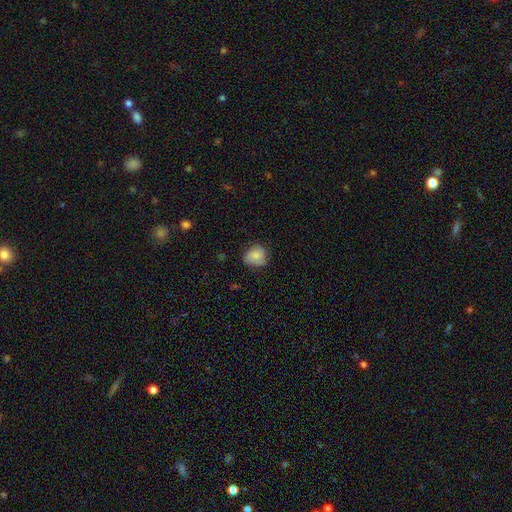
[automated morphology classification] This appears to be a smooth galaxy with no disk features (75%) that is round (71%). Merging: none (63%).